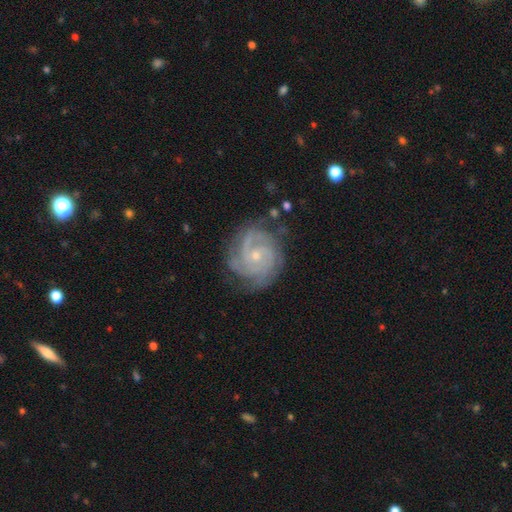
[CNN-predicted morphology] Smooth or featured? Predicted: featured or disk (p=0.89). Edge-on disk? Predicted: no (p=0.98). Bar? Predicted: no (p=0.68). Spiral arms? Predicted: yes (p=0.98). Spiral winding? Predicted: tight (p=0.67). Spiral arm count? Predicted: 3 (p=0.33). Bulge size? Predicted: small (p=0.70). Merging? Predicted: none (p=0.74).